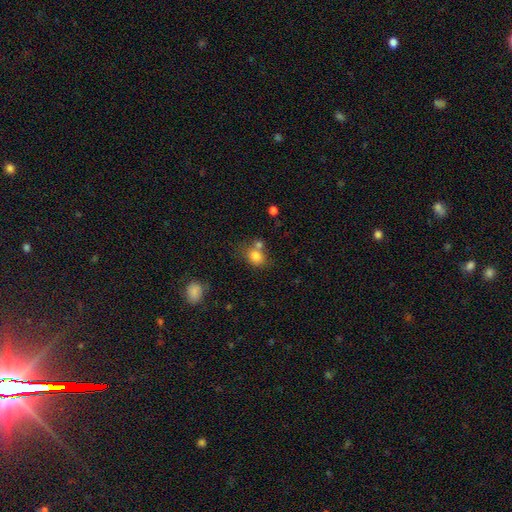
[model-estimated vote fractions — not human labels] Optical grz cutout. It shows a smooth galaxy with no disk features (80%) that is round (54%). Merging: none (51%).